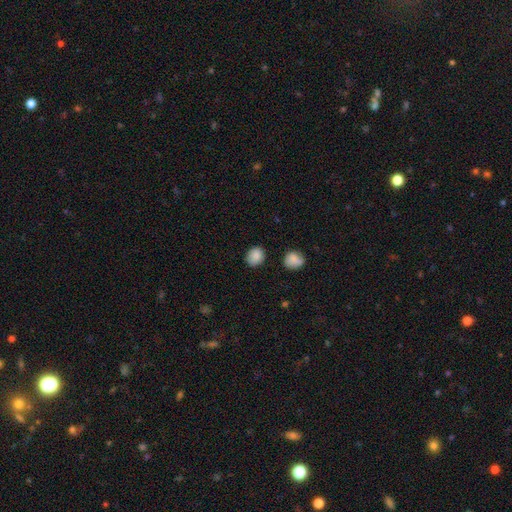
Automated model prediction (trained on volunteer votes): Smooth or featured? smooth (87%)
How rounded? round (59%)
Merging? none (82%)